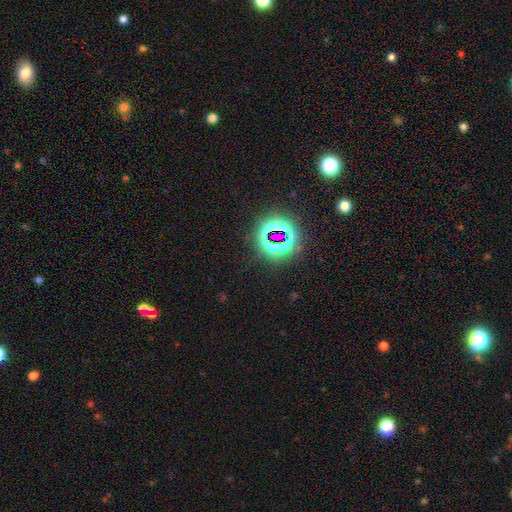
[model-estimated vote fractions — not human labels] Morphology: type=star or artifact (80%).